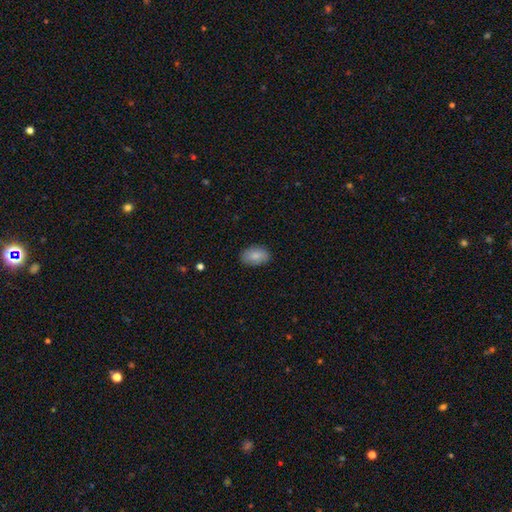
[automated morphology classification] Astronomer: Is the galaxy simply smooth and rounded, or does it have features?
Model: smooth — 85%.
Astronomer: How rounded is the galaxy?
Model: in between — 91%.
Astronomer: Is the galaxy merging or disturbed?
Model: none — 87%.